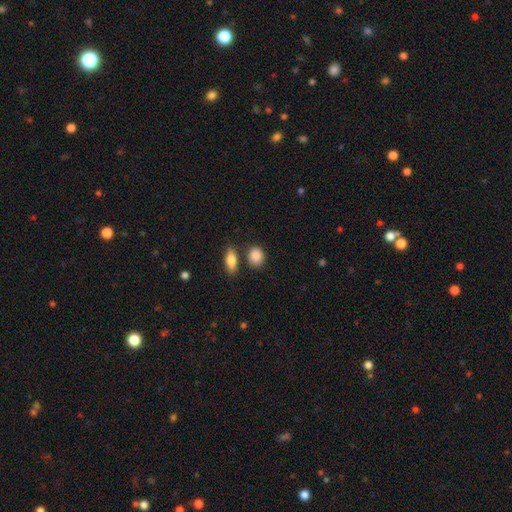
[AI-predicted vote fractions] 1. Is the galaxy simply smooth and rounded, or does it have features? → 89% smooth, 7% star or artifact, 5% featured or disk.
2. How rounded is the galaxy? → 56% round, 40% in between, 3% cigar-shaped.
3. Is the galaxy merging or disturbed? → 73% none, 13% minor disturbance, 11% merger, 3% major disturbance.